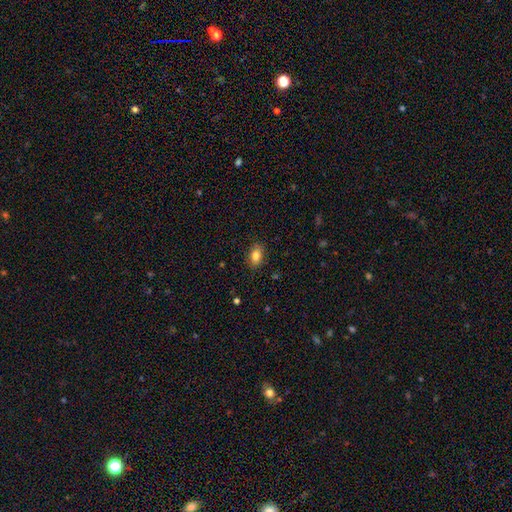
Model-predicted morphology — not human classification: smooth_or_featured: smooth (p=0.83) [alt: star or artifact p=0.09]
how_rounded: in between (p=0.84) [alt: round p=0.13]
merging: none (p=0.86) [alt: minor disturbance p=0.10]